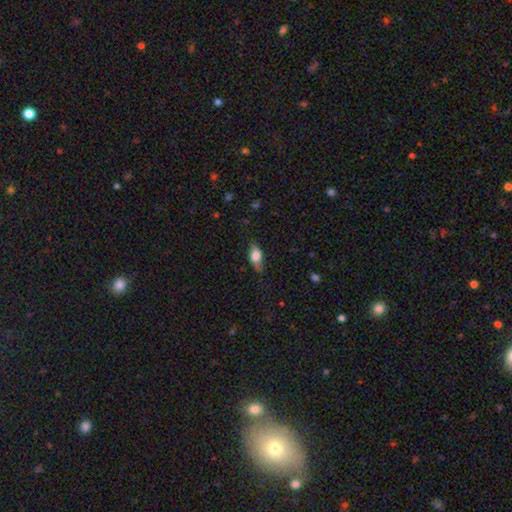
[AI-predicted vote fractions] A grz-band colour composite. It shows a smooth galaxy with no disk features (74%) that is in between round and cigar-shaped (82%). Merging: none (69%).